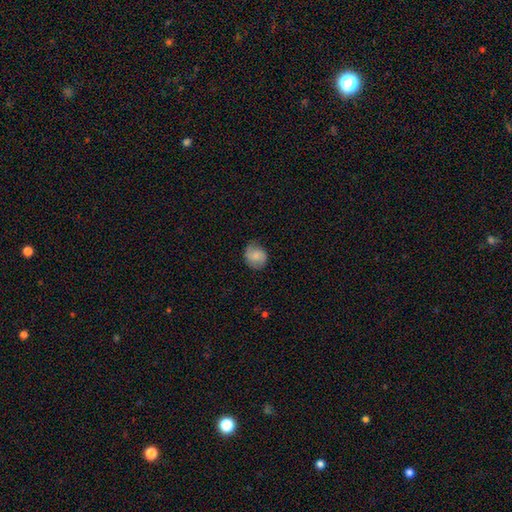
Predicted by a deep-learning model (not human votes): Smooth or featured? smooth (62%)
How rounded? round (74%)
Merging? none (70%)